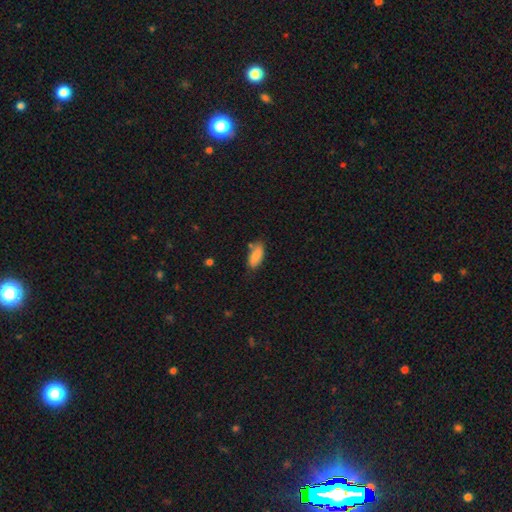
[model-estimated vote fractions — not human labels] Smooth or featured?
  - smooth: 87% *
  - star or artifact: 7%
  - featured or disk: 6%
How rounded?
  - in between: 85% *
  - cigar-shaped: 13%
  - round: 2%
Merging?
  - none: 71% *
  - minor disturbance: 20%
  - merger: 6%
  - major disturbance: 4%